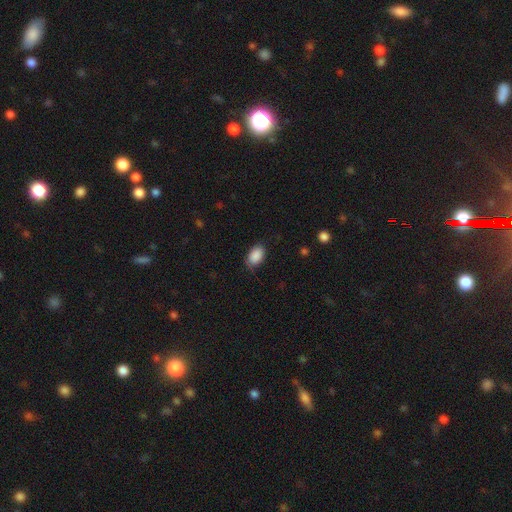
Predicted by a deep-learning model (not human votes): This appears to be a smooth galaxy with no disk features (88%) that is in between round and cigar-shaped (89%). Merging: none (74%).